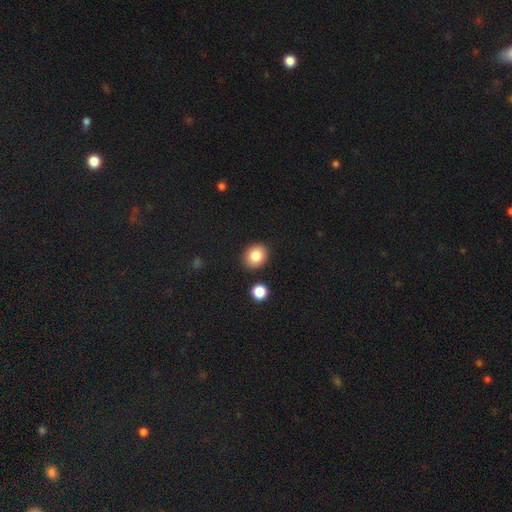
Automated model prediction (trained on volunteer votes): The model was most divided on "how rounded": round: 67%, in between: 32%, cigar-shaped: 1%. More confident: merging — none (88%); smooth or featured — smooth (83%).